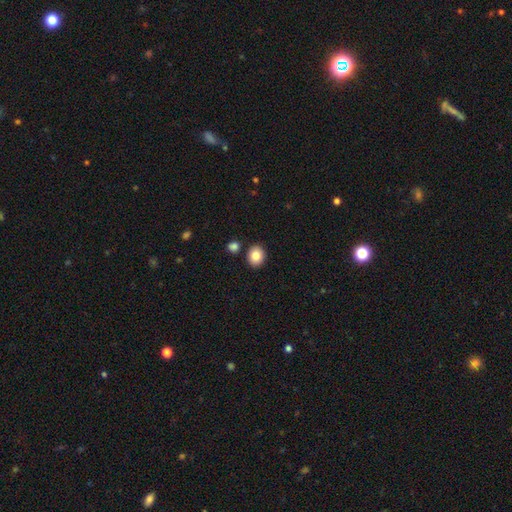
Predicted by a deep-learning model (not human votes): smooth 84%, star or artifact 8%, featured or disk 7%. Down the decision tree: how rounded — round (58%); merging — none (86%).